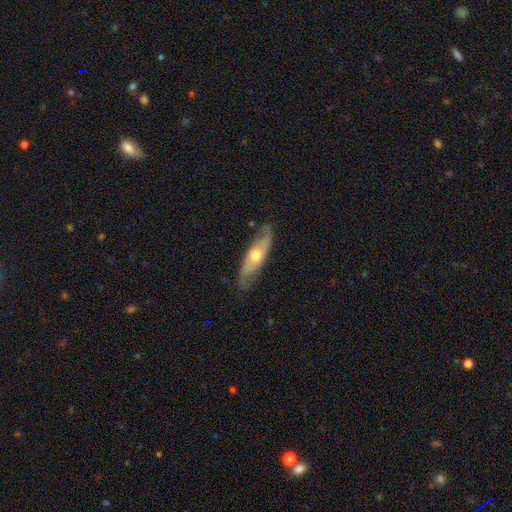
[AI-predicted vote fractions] This appears to be a featured or disk galaxy (65%). Merging: none (75%).